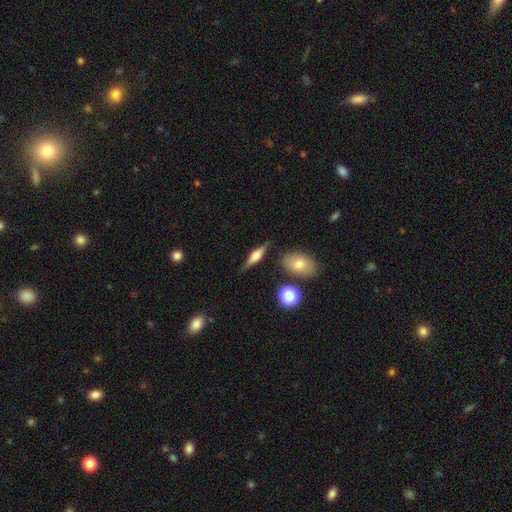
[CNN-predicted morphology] smooth_or_featured: featured or disk (p=0.58) [alt: smooth p=0.34]
disk_edge_on: yes (p=0.94) [alt: no p=0.06]
edge_on_bulge: rounded (p=0.83) [alt: boxy p=0.14]
merging: none (p=0.79) [alt: minor disturbance p=0.13]